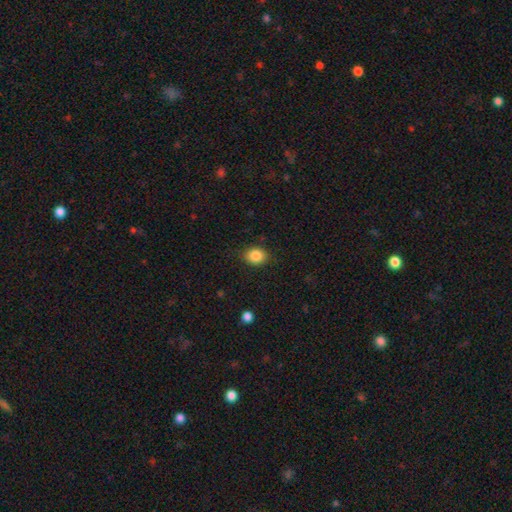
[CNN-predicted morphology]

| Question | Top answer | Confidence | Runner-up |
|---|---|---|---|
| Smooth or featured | smooth | 86% | star or artifact (9%) |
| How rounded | round | 50% | in between (49%) |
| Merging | none | 84% | minor disturbance (12%) |